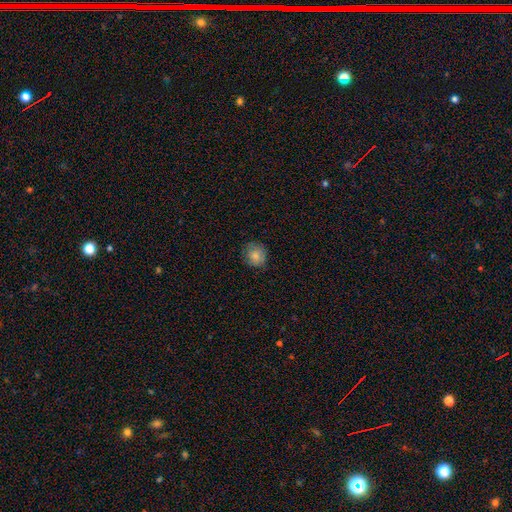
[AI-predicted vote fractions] smooth-or-featured: smooth: 80% | featured or disk: 11% | star or artifact: 8%
  how-rounded: round: 84% | in between: 15% | cigar-shaped: 1%
  merging: none: 79% | minor disturbance: 17% | major disturbance: 4% | merger: 1%